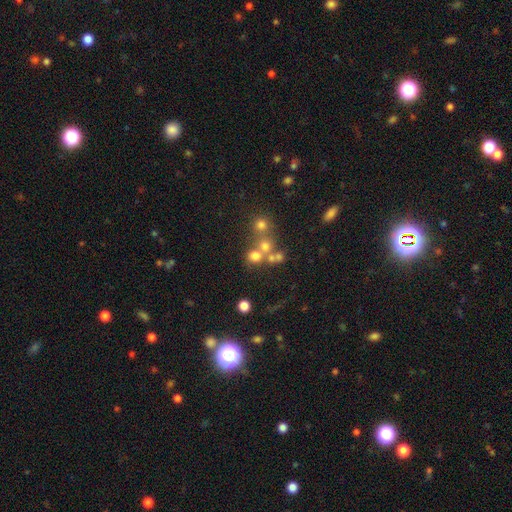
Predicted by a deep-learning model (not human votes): smooth 64%, star or artifact 19%, featured or disk 17%. Down the decision tree: how rounded — round (81%); merging — none (48%).